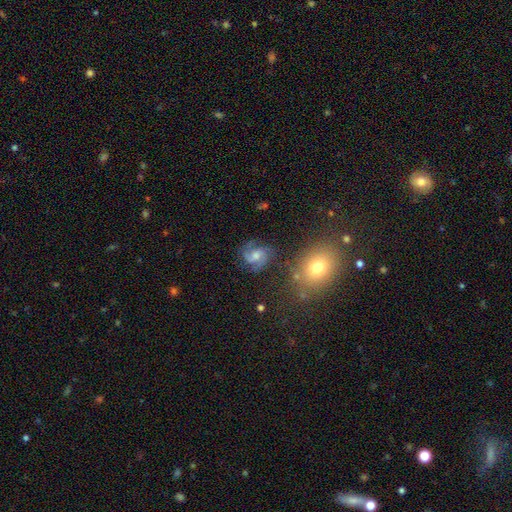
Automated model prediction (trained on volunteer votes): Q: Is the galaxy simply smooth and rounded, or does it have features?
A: featured or disk — 76%.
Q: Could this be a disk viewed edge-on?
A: no — 98%.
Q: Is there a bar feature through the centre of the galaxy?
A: no — 51%.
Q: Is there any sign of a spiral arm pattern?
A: yes — 96%.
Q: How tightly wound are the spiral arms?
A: medium — 55%.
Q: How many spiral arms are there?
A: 2 — 76%.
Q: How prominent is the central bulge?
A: moderate — 52%.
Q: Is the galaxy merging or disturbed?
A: none — 73%.